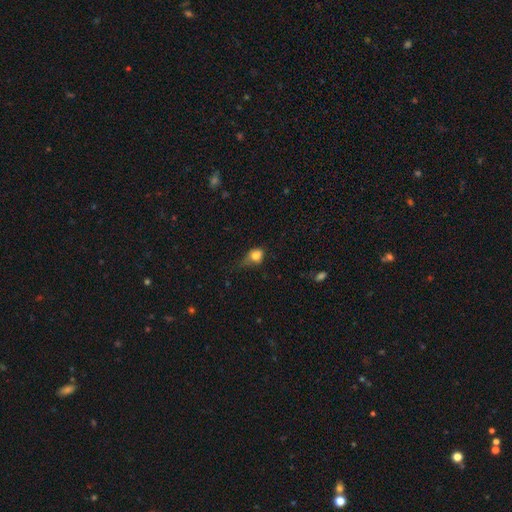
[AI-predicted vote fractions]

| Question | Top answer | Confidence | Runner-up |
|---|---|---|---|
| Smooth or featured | smooth | 77% | featured or disk (12%) |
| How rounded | in between | 51% | round (46%) |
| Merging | minor disturbance | 40% | none (29%) |